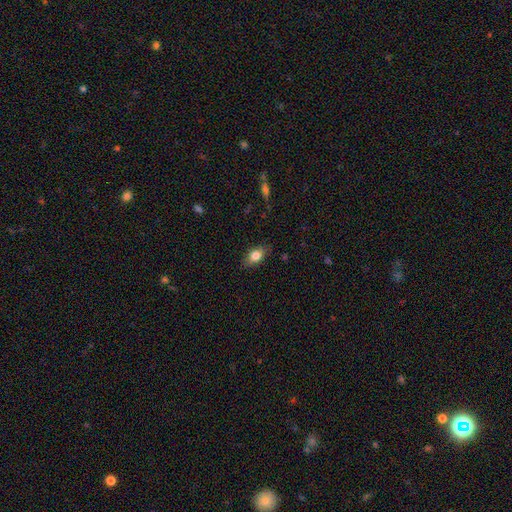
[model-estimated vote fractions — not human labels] Morphology: type=smooth (81%); roundness=in between (83%); merging=none (82%).